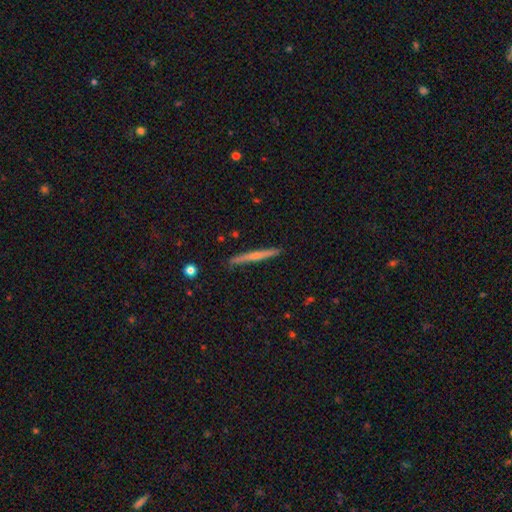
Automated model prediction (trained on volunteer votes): Q: Smooth or featured?
A: featured or disk (57%); runner-up: smooth (37%)
Q: Edge-on disk?
A: yes (98%); runner-up: no (2%)
Q: Edge-on bulge?
A: rounded (54%); runner-up: none (41%)
Q: Merging?
A: none (90%); runner-up: minor disturbance (7%)